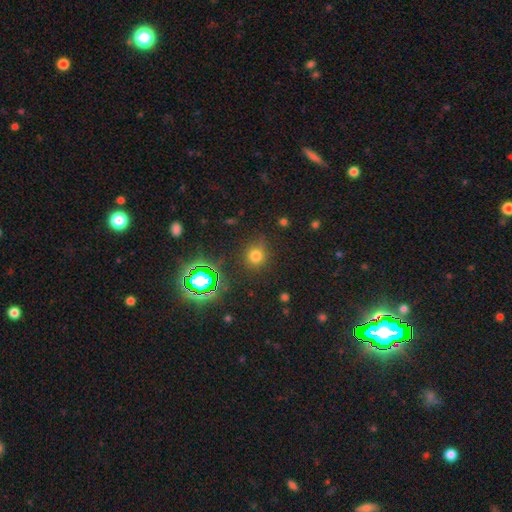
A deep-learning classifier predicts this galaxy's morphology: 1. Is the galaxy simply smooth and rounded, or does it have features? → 70% smooth, 23% star or artifact, 7% featured or disk.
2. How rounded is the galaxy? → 90% round, 9% in between, 1% cigar-shaped.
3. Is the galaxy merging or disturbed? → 81% none, 12% minor disturbance, 5% major disturbance, 2% merger.